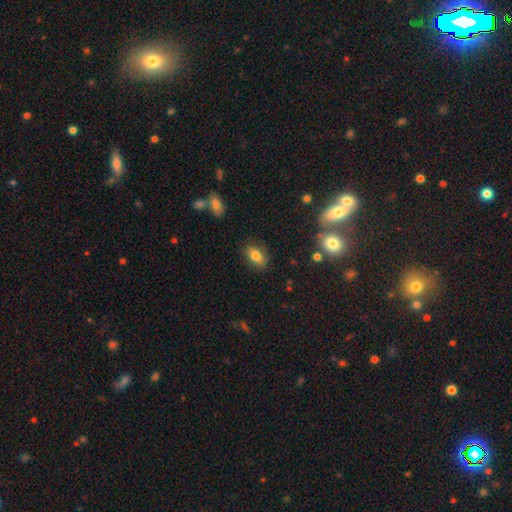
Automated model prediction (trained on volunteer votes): This appears to be a smooth galaxy with no disk features (77%) that is in between round and cigar-shaped (86%). Merging: none (83%).